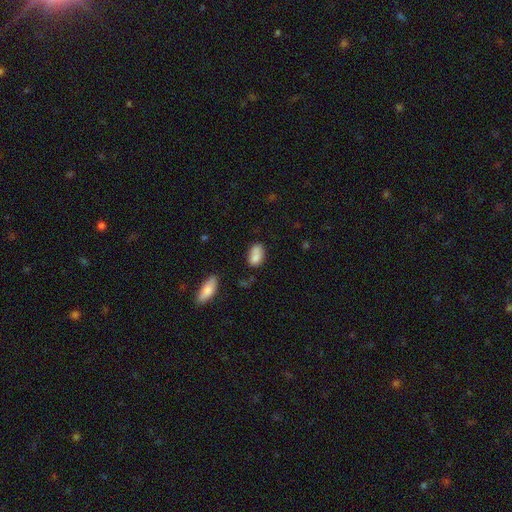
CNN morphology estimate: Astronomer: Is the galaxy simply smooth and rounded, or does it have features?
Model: smooth — 82%.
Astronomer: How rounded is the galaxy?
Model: in between — 89%.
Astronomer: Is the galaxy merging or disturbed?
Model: none — 55%.